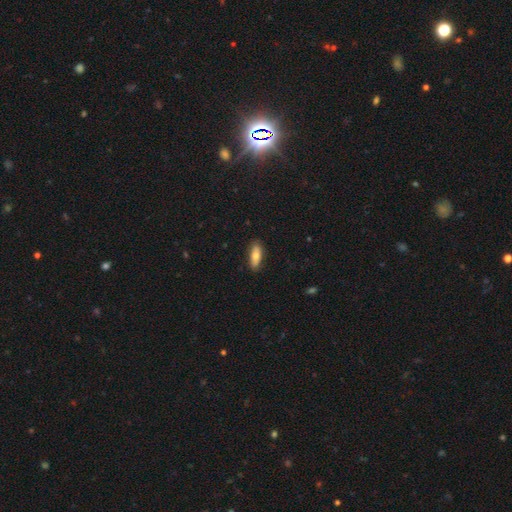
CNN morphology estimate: This is likely a smooth galaxy (71%). How rounded: likely in between (69%). Merging: clearly none (86%).